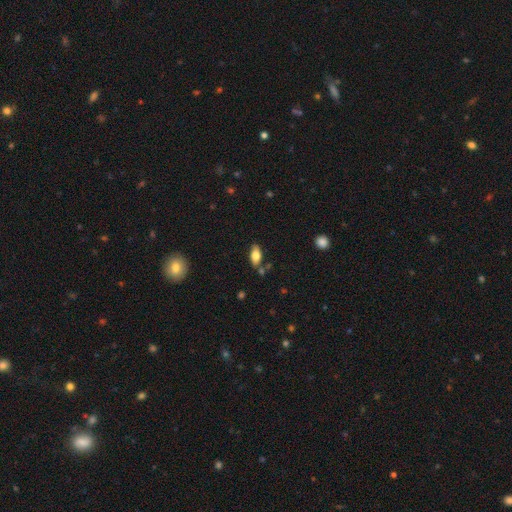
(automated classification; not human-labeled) Overall: smooth (75%). How rounded: in between (89%). Merging: none (74%).